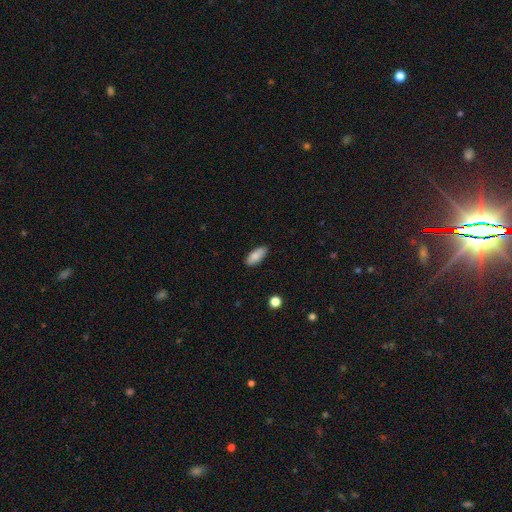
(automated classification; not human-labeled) Morphology: type=smooth (84%); roundness=in between (86%); merging=none (87%).